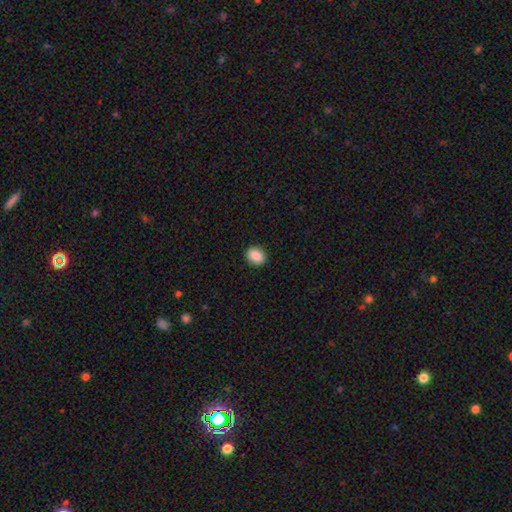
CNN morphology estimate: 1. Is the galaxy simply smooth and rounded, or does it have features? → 88% smooth, 8% star or artifact, 4% featured or disk.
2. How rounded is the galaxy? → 53% in between, 46% round, 1% cigar-shaped.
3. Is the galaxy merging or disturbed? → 91% none, 6% minor disturbance, 2% major disturbance, 1% merger.